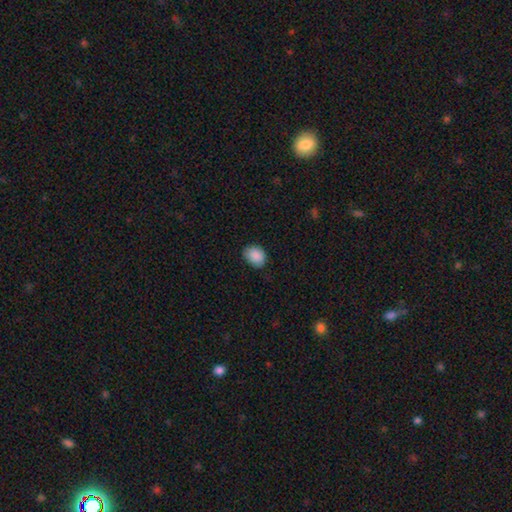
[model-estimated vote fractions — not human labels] smooth 89%, star or artifact 7%, featured or disk 4%. Down the decision tree: how rounded — in between (58%); merging — none (77%).